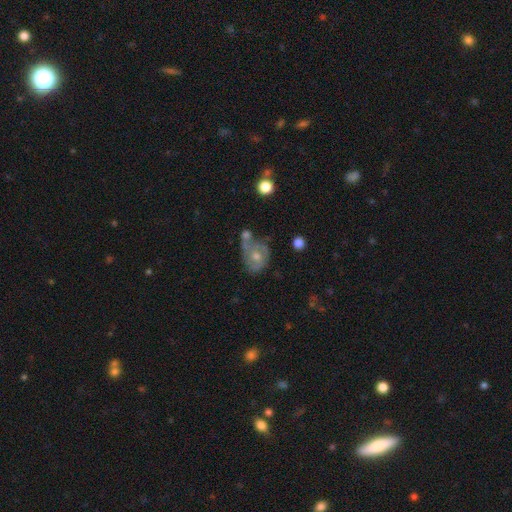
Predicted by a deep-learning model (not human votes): Q: Smooth or featured?
A: featured or disk (51%); runner-up: smooth (40%)
Q: Edge-on disk?
A: no (96%); runner-up: yes (4%)
Q: Merging?
A: none (35%); runner-up: merger (28%)